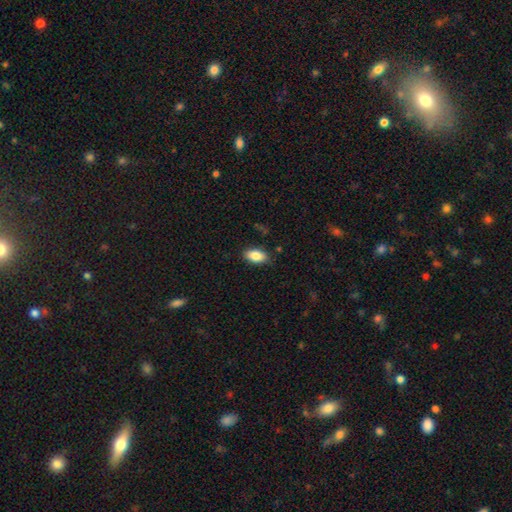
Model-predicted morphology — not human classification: Overall: smooth (85%). How rounded: in between (91%). Merging: none (84%).